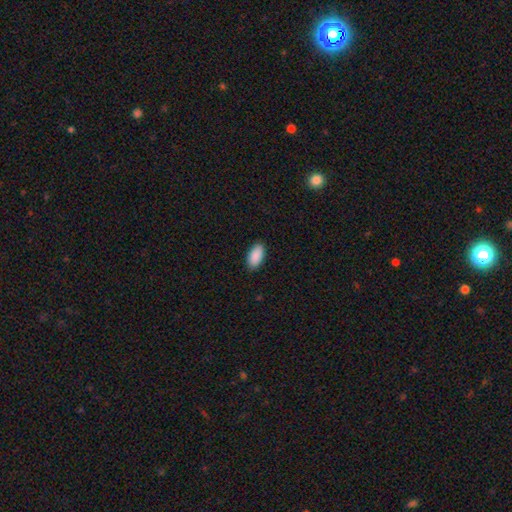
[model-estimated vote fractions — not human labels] This is clearly a smooth galaxy (91%). How rounded: clearly in between (94%). Merging: clearly none (89%).